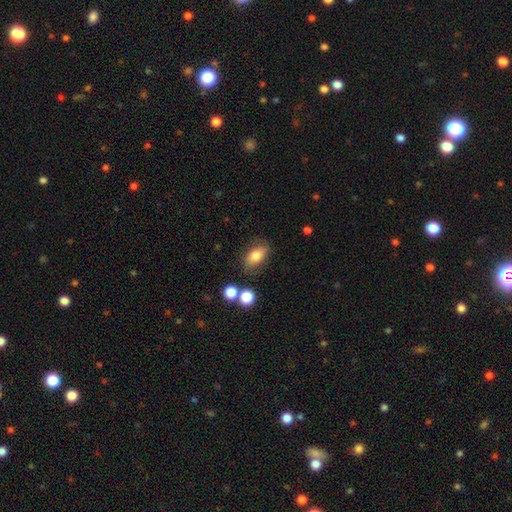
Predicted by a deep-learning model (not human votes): Smooth or featured: smooth — 74% (featured or disk — 17%)
How rounded: in between — 85% (round — 10%)
Merging: none — 74% (minor disturbance — 16%)